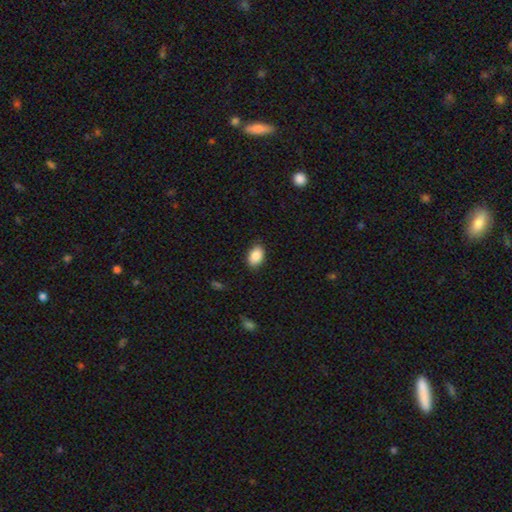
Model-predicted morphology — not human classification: Smooth or featured?
  - smooth: 89% *
  - star or artifact: 7%
  - featured or disk: 4%
How rounded?
  - in between: 87% *
  - round: 12%
  - cigar-shaped: 1%
Merging?
  - none: 84% *
  - minor disturbance: 12%
  - major disturbance: 2%
  - merger: 1%